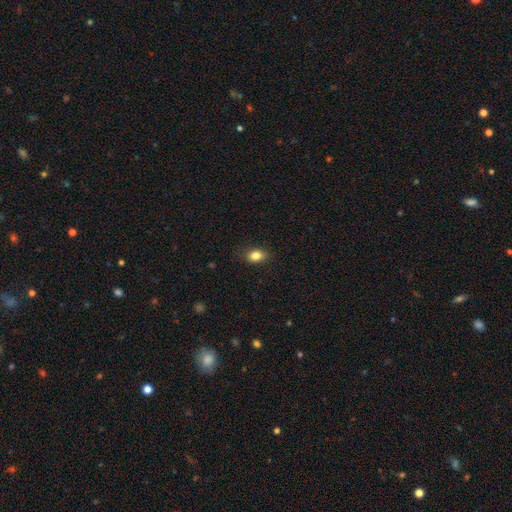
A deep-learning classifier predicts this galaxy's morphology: Smooth or featured? Predicted: smooth (p=0.84). How rounded? Predicted: in between (p=0.77). Merging? Predicted: none (p=0.84).